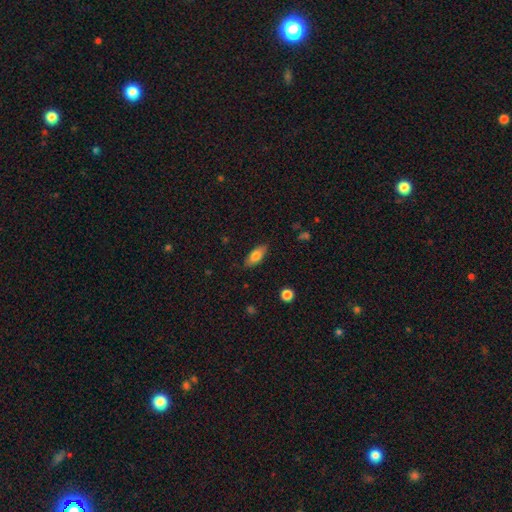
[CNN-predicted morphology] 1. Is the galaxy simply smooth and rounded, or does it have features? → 78% smooth, 15% featured or disk, 7% star or artifact.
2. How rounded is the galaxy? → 85% in between, 12% cigar-shaped, 3% round.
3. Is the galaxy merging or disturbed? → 85% none, 11% minor disturbance, 2% major disturbance, 1% merger.